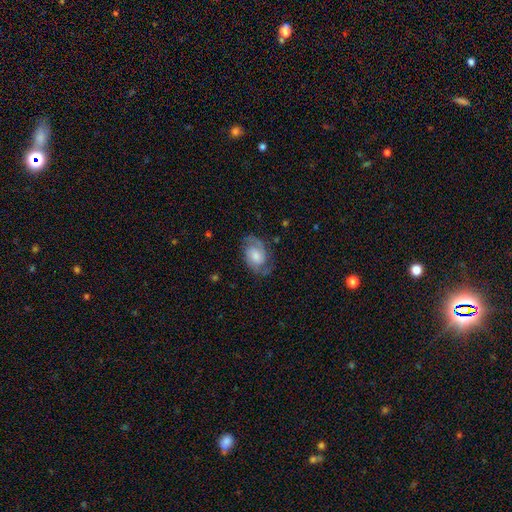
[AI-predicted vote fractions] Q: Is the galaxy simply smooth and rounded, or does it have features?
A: featured or disk — 82%.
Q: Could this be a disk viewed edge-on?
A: no — 97%.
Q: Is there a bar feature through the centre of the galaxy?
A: no — 59%.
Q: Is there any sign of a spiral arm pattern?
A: yes — 96%.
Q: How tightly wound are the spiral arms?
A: medium — 50%.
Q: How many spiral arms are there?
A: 2 — 90%.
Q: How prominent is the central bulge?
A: moderate — 45%.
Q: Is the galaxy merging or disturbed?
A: none — 79%.